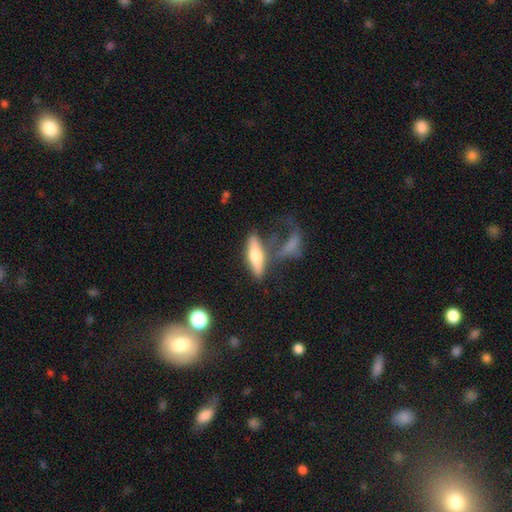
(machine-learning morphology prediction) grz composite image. It shows a smooth galaxy with no disk features (51%) that is cigar-shaped (58%). Merging: none (47%).